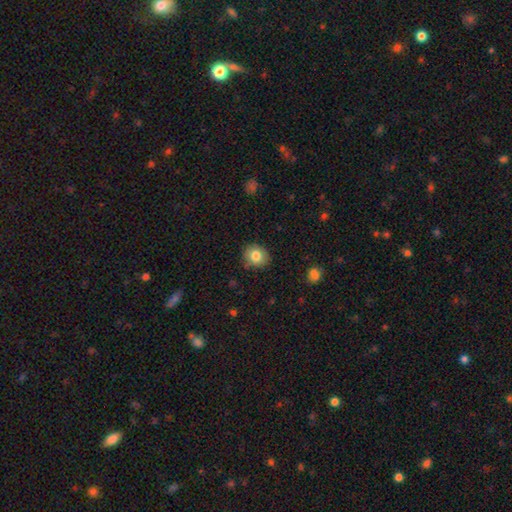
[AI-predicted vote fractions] smooth-or-featured: smooth: 82% | star or artifact: 9% | featured or disk: 9%
  how-rounded: round: 77% | in between: 22% | cigar-shaped: 1%
  merging: none: 84% | minor disturbance: 13% | major disturbance: 2% | merger: 1%